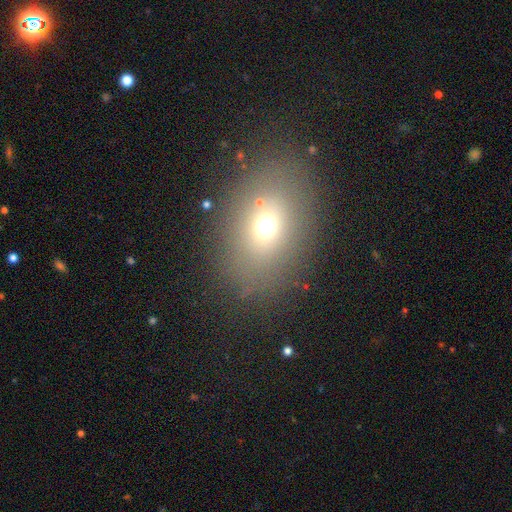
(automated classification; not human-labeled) This appears to be a smooth galaxy with no disk features (65%) that is in between round and cigar-shaped (69%). Merging: none (85%).